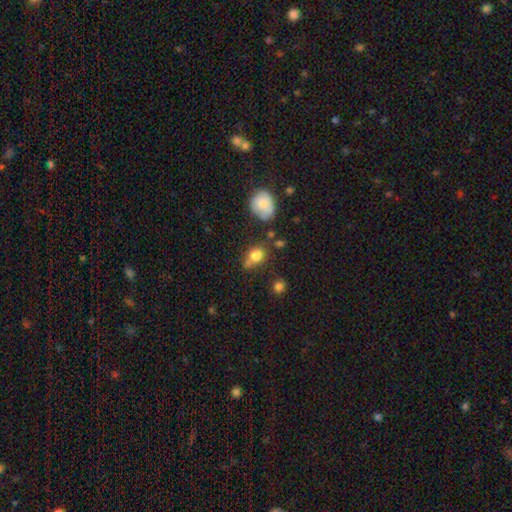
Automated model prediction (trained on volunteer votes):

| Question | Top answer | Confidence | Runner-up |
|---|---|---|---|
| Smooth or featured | smooth | 80% | star or artifact (11%) |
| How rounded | in between | 53% | round (45%) |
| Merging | none | 51% | minor disturbance (25%) |